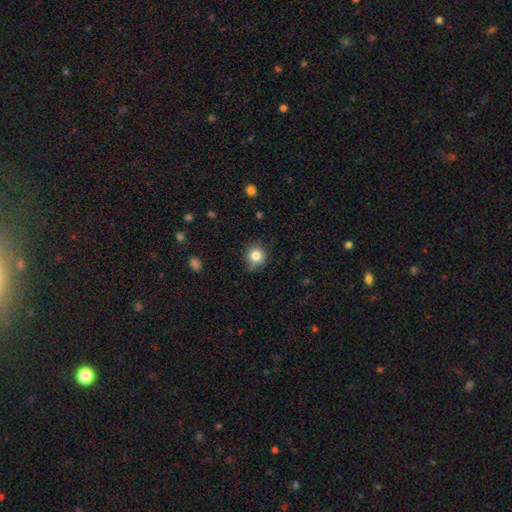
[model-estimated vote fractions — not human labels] This appears to be a smooth galaxy with no disk features (83%) that is round (86%). Merging: none (74%).